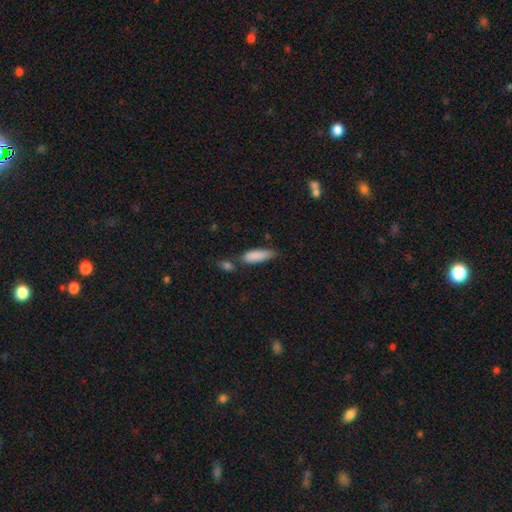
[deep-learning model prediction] This appears to be a smooth galaxy with no disk features (86%) that is cigar-shaped (51%). Merging: none (56%).